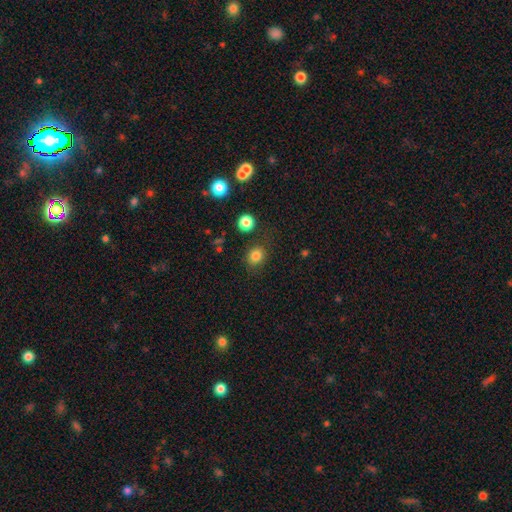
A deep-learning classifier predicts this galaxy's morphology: The model was most divided on "how rounded": round: 74%, in between: 25%, cigar-shaped: 1%. More confident: smooth or featured — smooth (82%); merging — none (81%).